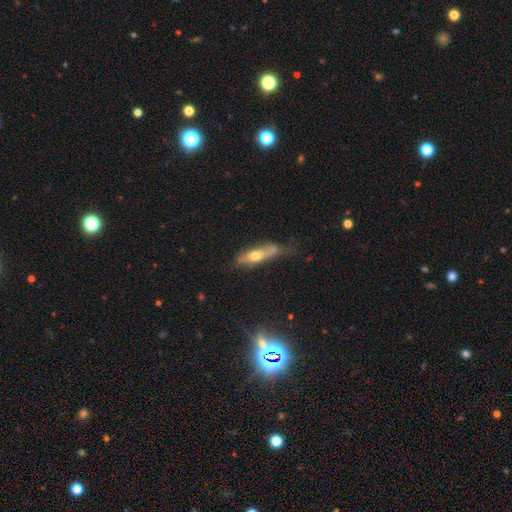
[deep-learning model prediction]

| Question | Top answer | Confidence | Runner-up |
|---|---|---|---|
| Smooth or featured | featured or disk | 50% | smooth (39%) |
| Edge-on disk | yes | 69% | no (31%) |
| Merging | none | 57% | minor disturbance (30%) |